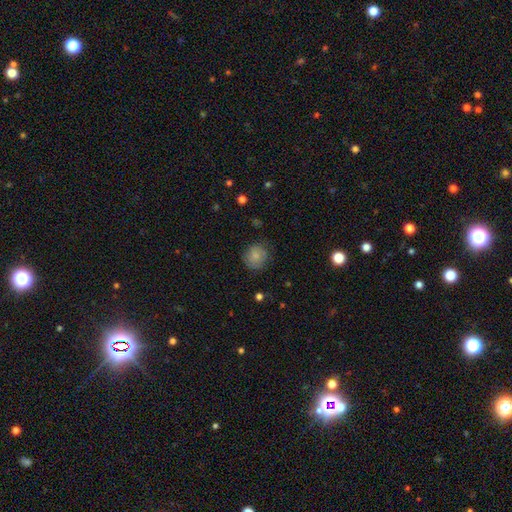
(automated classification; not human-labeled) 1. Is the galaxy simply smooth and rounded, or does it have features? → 76% smooth, 16% featured or disk, 9% star or artifact.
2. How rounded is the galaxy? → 82% round, 17% in between, 1% cigar-shaped.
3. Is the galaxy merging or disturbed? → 75% none, 19% minor disturbance, 5% major disturbance, 1% merger.